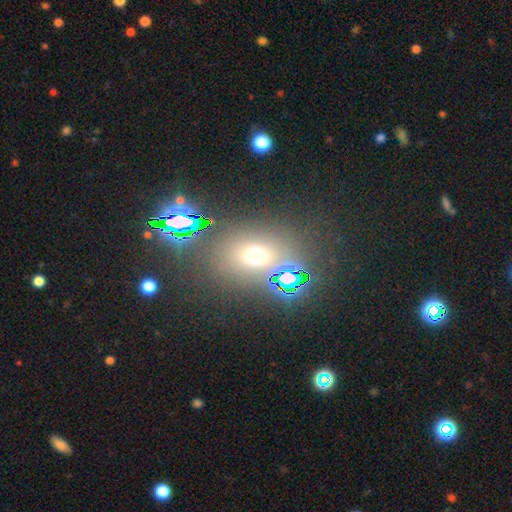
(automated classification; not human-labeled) Overall: smooth (55%; star or artifact 34%). How rounded: round (53%; in between 45%). Merging: none (75%).